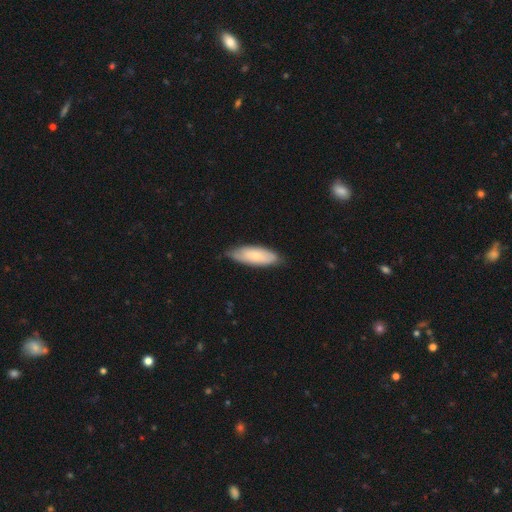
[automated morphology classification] A smooth galaxy with no disk features (70%) that is in between round and cigar-shaped (68%).

Vote fractions:
- Smooth or featured? smooth: 70% / featured or disk: 25% / star or artifact: 5%
- How rounded? in between: 68% / cigar-shaped: 30% / round: 2%
- Merging? none: 72% / minor disturbance: 23% / major disturbance: 3% / merger: 1%